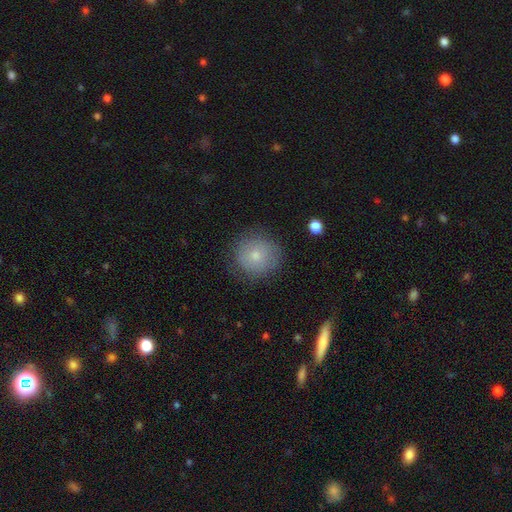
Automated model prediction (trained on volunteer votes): Smooth or featured?
  - smooth: 72% *
  - featured or disk: 19%
  - star or artifact: 8%
How rounded?
  - round: 89% *
  - in between: 10%
  - cigar-shaped: 1%
Merging?
  - none: 78% *
  - minor disturbance: 16%
  - major disturbance: 5%
  - merger: 1%